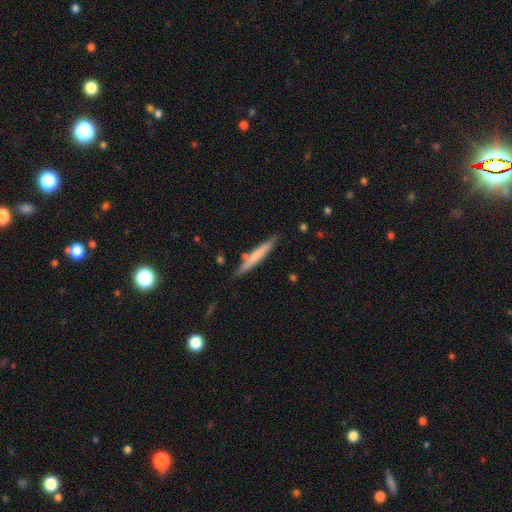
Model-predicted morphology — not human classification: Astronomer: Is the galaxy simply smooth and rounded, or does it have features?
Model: smooth — 59% (runner-up: featured or disk, 35%).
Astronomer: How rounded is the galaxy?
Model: cigar-shaped — 95%.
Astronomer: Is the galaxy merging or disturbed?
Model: none — 82%.